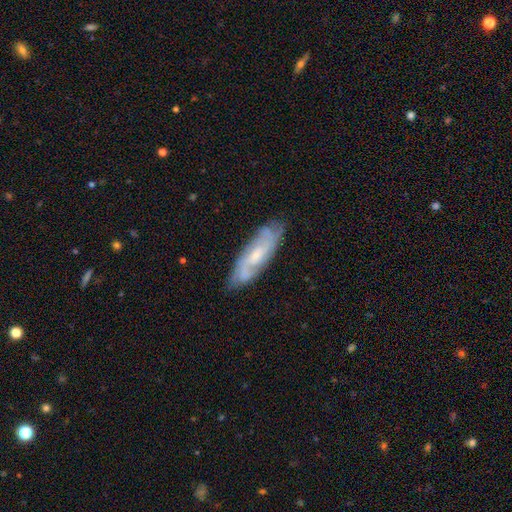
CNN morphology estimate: type=featured or disk (68%); edge-on=no (77%); bar=no (54%); spiral arms=yes (88%); bulge=small (48%); merging=none (77%).